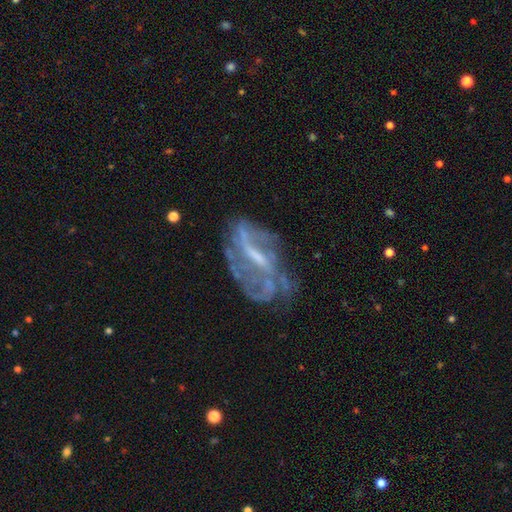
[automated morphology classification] Smooth or featured? Predicted: featured or disk (p=0.79). Edge-on disk? Predicted: no (p=0.93). Bar? Predicted: weak (p=0.44). Spiral arms? Predicted: yes (p=0.80). Spiral winding? Predicted: medium (p=0.39). Spiral arm count? Predicted: can't tell (p=0.36). Bulge size? Predicted: small (p=0.42). Merging? Predicted: none (p=0.51).